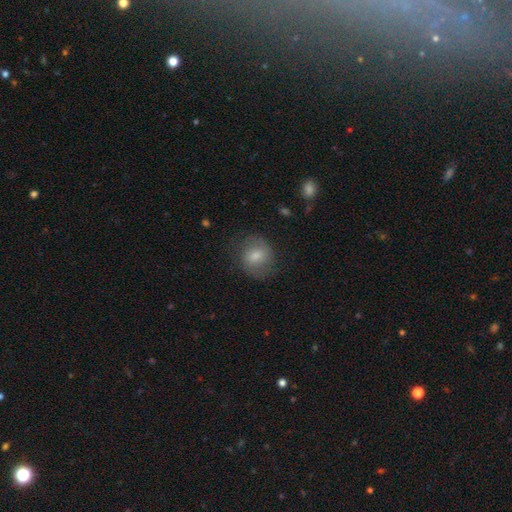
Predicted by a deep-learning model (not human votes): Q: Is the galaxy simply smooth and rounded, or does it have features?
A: smooth — 61%.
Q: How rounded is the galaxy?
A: round — 73%.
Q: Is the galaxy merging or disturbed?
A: none — 71%.